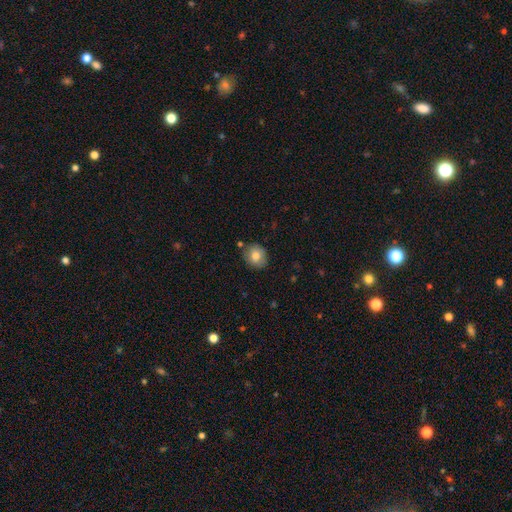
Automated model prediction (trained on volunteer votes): Smooth or featured: smooth — 80% (featured or disk — 11%)
How rounded: round — 67% (in between — 32%)
Merging: none — 81% (minor disturbance — 13%)